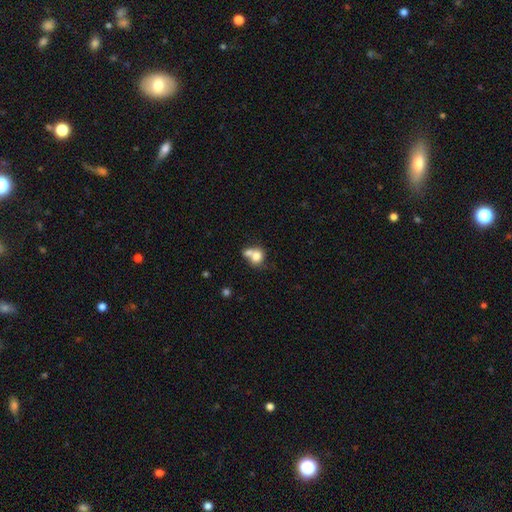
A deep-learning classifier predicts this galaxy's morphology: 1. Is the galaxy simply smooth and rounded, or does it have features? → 75% smooth, 15% featured or disk, 10% star or artifact.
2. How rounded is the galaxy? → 63% round, 36% in between, 1% cigar-shaped.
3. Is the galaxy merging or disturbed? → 56% merger, 27% none, 10% minor disturbance, 6% major disturbance.